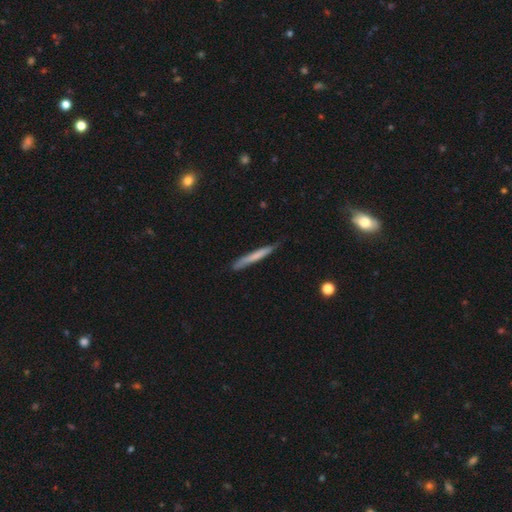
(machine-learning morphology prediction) Q: Smooth or featured?
A: smooth (64%); runner-up: featured or disk (30%)
Q: How rounded?
A: cigar-shaped (96%); runner-up: in between (3%)
Q: Merging?
A: none (77%); runner-up: minor disturbance (18%)